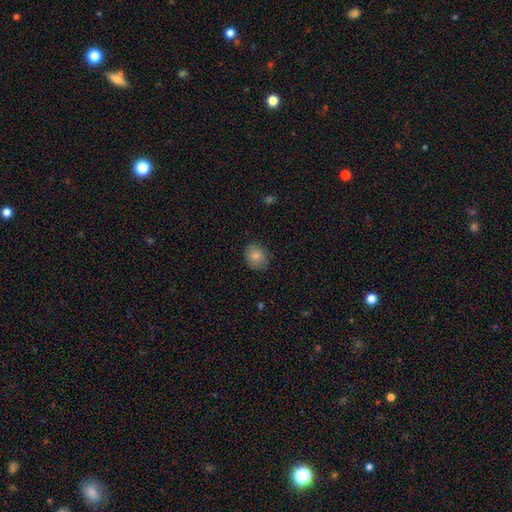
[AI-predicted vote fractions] Smooth or featured? smooth (84%)
How rounded? round (59%)
Merging? none (82%)